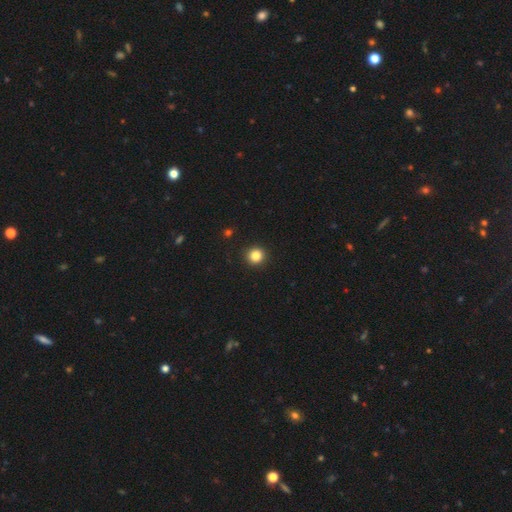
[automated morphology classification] The model was most divided on "smooth or featured": smooth: 84%, star or artifact: 12%, featured or disk: 4%. More confident: how rounded — round (94%); merging — none (93%).